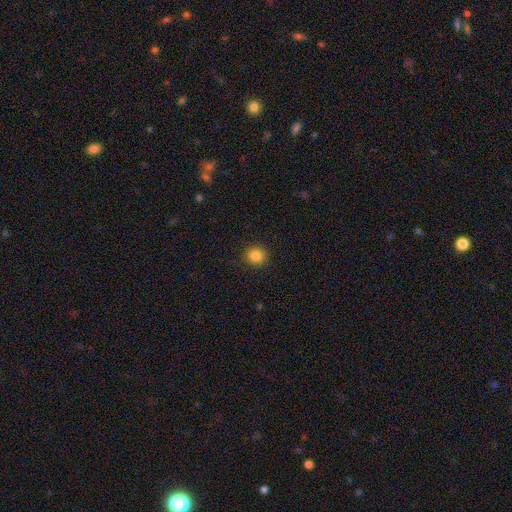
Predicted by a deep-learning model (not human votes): This is clearly a smooth galaxy (85%). How rounded: clearly round (89%). Merging: clearly none (90%).